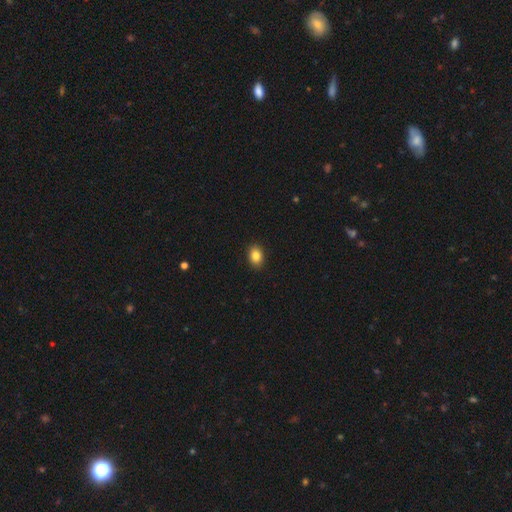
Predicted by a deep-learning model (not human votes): A smooth galaxy with no disk features (86%) that is in between round and cigar-shaped (71%). Merging: none (90%).